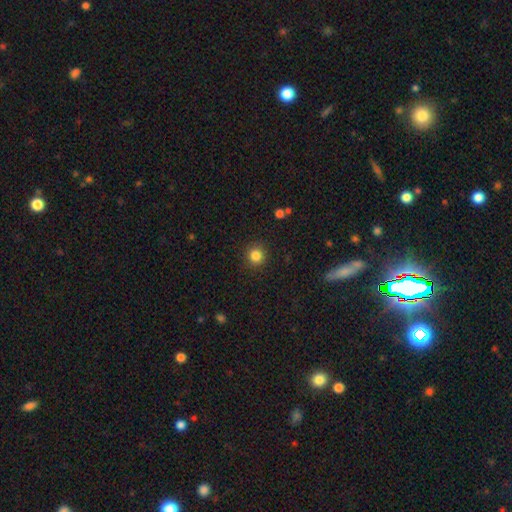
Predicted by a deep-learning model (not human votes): Morphology: type=smooth (84%); roundness=round (92%); merging=none (91%).